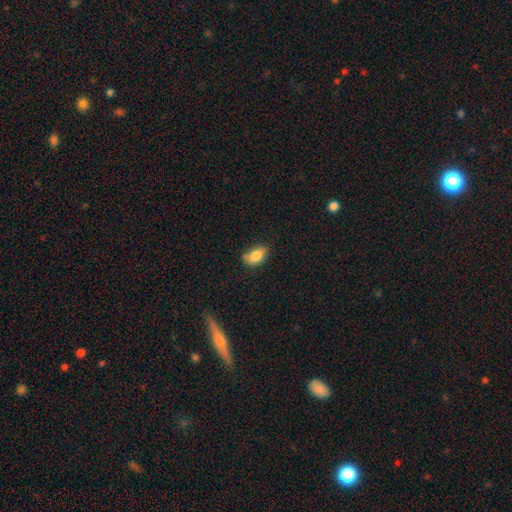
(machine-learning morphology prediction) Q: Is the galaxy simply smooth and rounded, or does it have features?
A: smooth — 84%.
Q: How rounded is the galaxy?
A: in between — 89%.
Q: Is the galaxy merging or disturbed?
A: none — 59%.